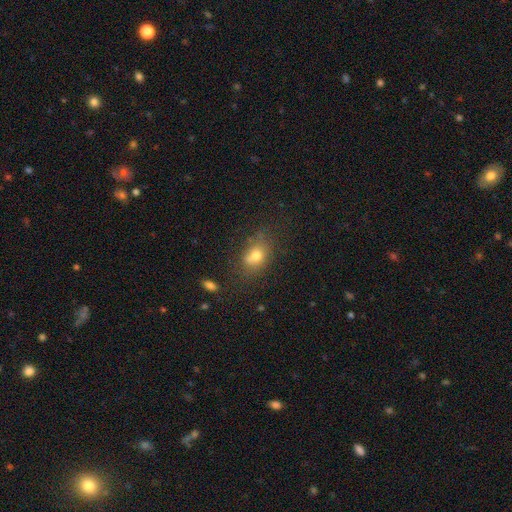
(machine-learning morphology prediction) The model was most divided on "how rounded": in between: 59%, round: 39%, cigar-shaped: 2%. More confident: smooth or featured — smooth (71%); merging — none (51%).